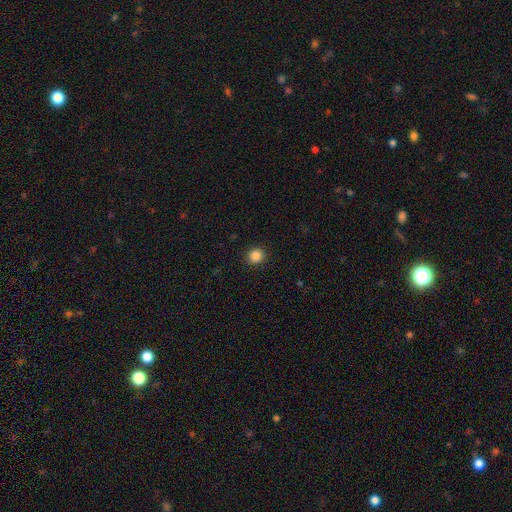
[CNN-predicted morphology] Smooth or featured?
  - smooth: 86% *
  - star or artifact: 10%
  - featured or disk: 3%
How rounded?
  - round: 88% *
  - in between: 12%
  - cigar-shaped: 1%
Merging?
  - none: 91% *
  - minor disturbance: 6%
  - major disturbance: 2%
  - merger: 1%